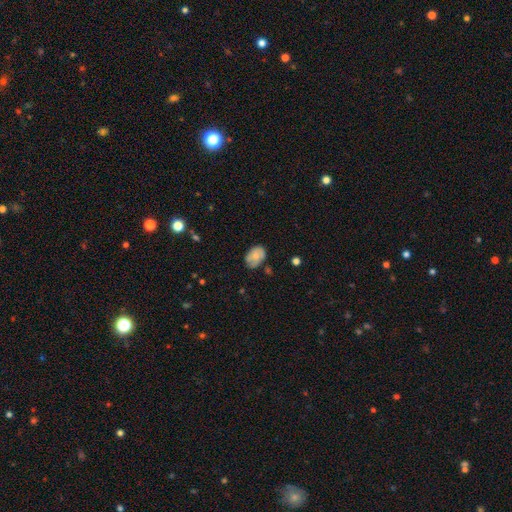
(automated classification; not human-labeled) This appears to be a smooth galaxy with no disk features (63%) that is in between round and cigar-shaped (78%). Merging: none (59%).